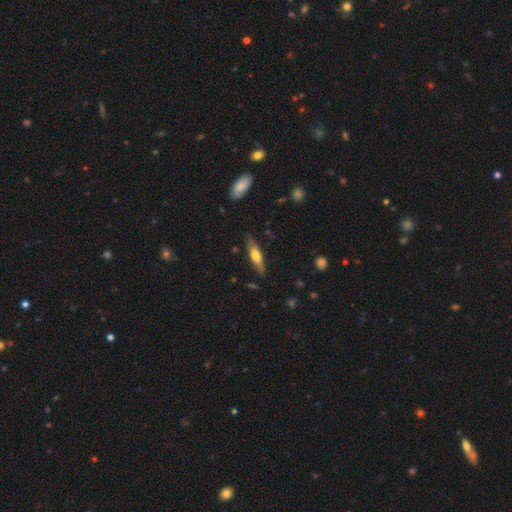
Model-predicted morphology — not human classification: The model was most divided on "smooth or featured": smooth: 57%, featured or disk: 37%, star or artifact: 6%. More confident: merging — none (81%); how rounded — cigar-shaped (68%).